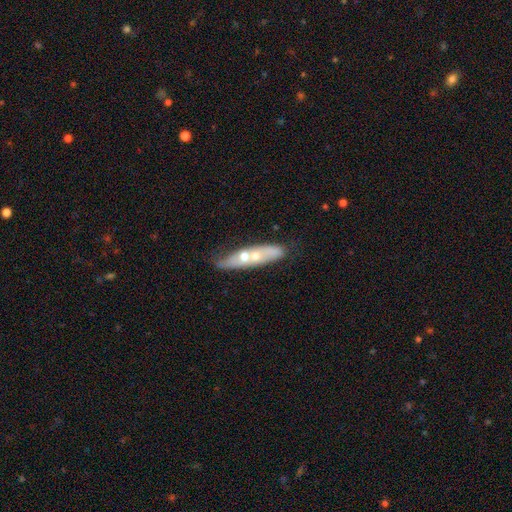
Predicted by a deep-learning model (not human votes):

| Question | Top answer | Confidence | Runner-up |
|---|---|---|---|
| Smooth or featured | featured or disk | 53% | smooth (40%) |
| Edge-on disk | no | 60% | yes (40%) |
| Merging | none | 48% | merger (29%) |